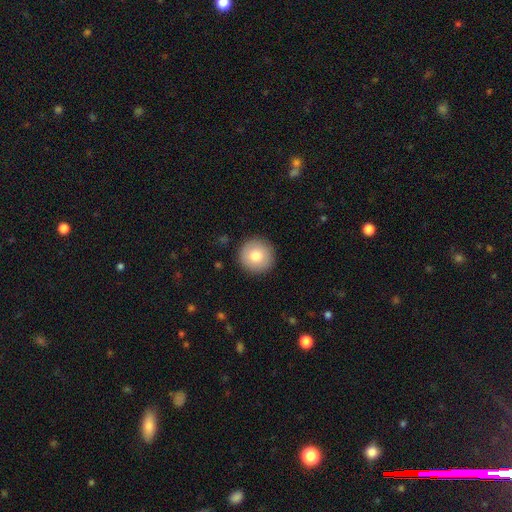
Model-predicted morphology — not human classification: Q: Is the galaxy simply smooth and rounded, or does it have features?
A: smooth — 79%.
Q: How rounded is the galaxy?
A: round — 96%.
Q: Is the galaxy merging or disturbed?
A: none — 92%.